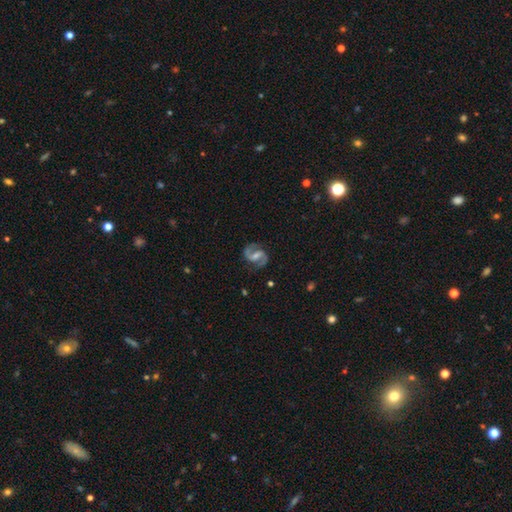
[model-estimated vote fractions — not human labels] The model was most divided on "bulge size": moderate: 46%, small: 40%, none: 9%, large: 3%, dominant: 1%. Remaining: edge-on disk — no (98%); spiral arms — yes (98%); spiral arm count — 2 (94%); smooth or featured — featured or disk (92%); merging — none (84%); spiral winding — medium (64%); bar — weak (50%).